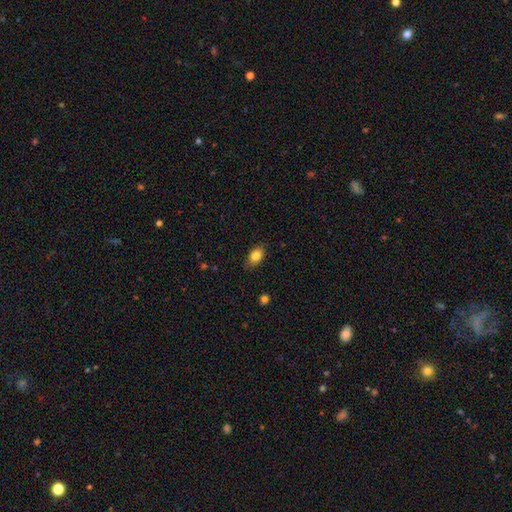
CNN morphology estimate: Smooth or featured: smooth — 83% (featured or disk — 9%)
How rounded: in between — 83% (round — 14%)
Merging: none — 83% (minor disturbance — 14%)